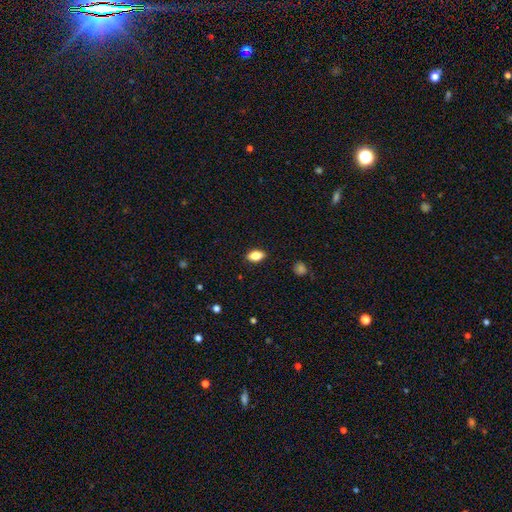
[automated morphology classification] A smooth galaxy with no disk features (80%) that is in between round and cigar-shaped (87%).

Vote fractions:
- Smooth or featured? smooth: 80% / featured or disk: 11% / star or artifact: 8%
- How rounded? in between: 87% / round: 8% / cigar-shaped: 5%
- Merging? none: 88% / minor disturbance: 9% / major disturbance: 2% / merger: 1%